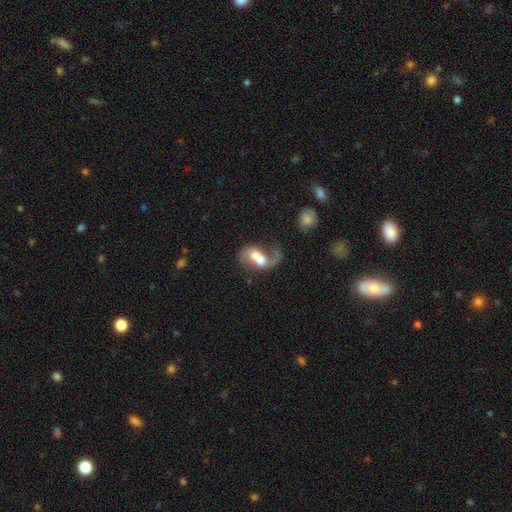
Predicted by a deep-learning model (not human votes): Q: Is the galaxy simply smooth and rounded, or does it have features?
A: featured or disk — 58%.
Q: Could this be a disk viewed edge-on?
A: no — 97%.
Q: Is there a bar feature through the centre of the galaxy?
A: no — 63%.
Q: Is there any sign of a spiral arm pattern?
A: yes — 72%.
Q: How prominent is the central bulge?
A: moderate — 43%.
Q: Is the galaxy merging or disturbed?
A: merger — 62%.